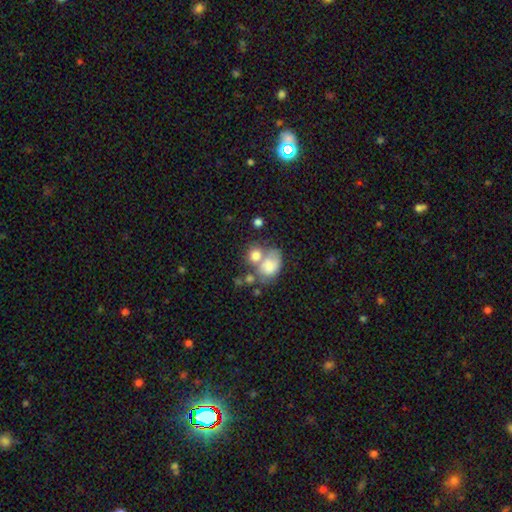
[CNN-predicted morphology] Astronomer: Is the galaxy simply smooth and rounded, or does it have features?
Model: smooth — 72%.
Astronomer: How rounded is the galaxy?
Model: round — 50% (runner-up: in between, 49%).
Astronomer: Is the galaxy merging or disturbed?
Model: merger — 52% (runner-up: none, 27%).